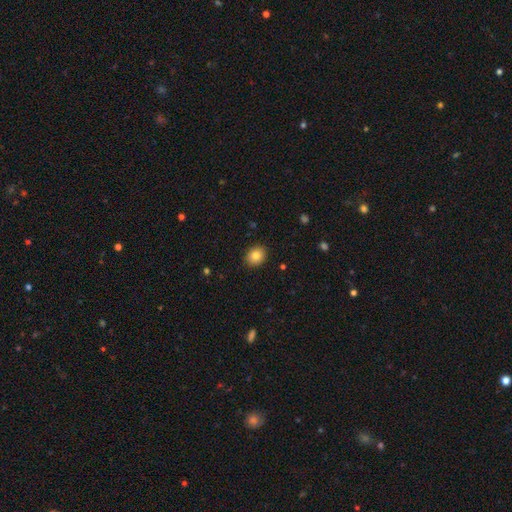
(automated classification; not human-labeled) Smooth or featured? smooth (83%)
How rounded? round (56%)
Merging? none (90%)